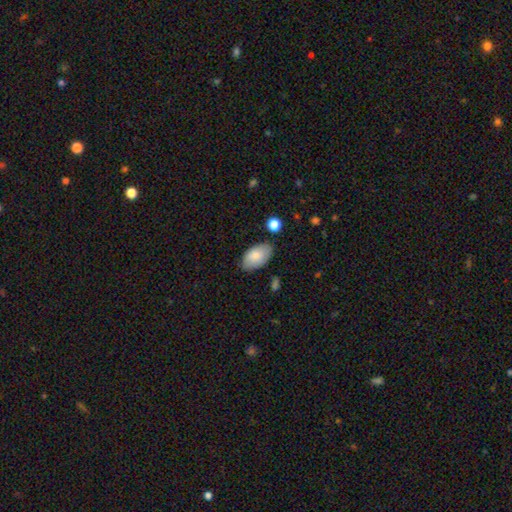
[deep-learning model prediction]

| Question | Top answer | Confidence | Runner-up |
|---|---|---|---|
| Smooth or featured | smooth | 83% | featured or disk (10%) |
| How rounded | in between | 95% | round (4%) |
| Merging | none | 78% | minor disturbance (17%) |